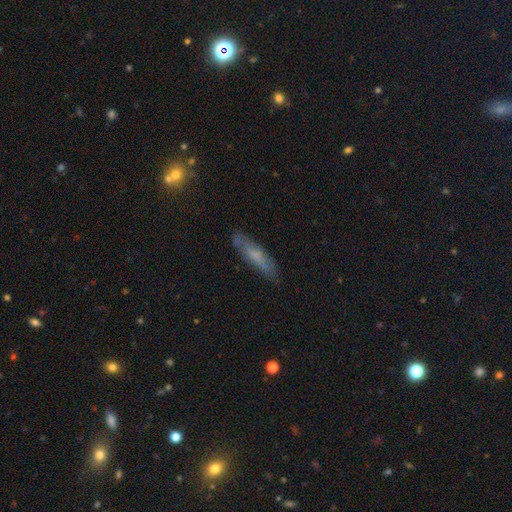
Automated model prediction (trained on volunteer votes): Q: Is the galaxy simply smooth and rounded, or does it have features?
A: smooth — 52%.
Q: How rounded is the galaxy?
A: cigar-shaped — 73%.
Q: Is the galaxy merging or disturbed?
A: none — 75%.